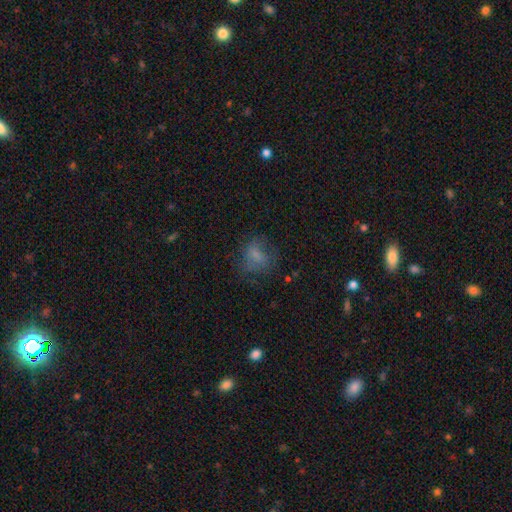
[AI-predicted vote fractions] Smooth or featured? Predicted: smooth (p=0.65). How rounded? Predicted: round (p=0.52). Merging? Predicted: none (p=0.58).